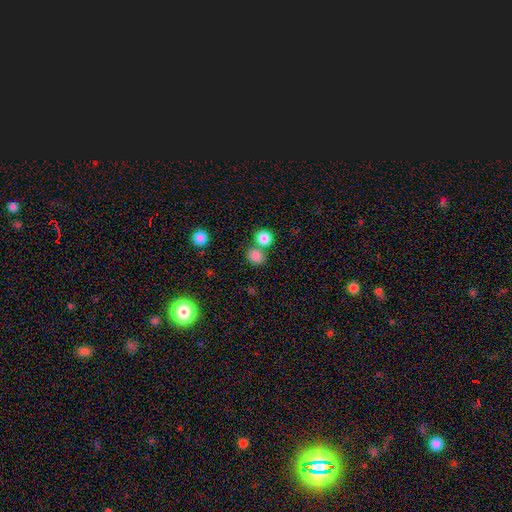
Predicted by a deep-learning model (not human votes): This appears to be a smooth galaxy with no disk features (82%) that is round (78%). Merging: none (65%).